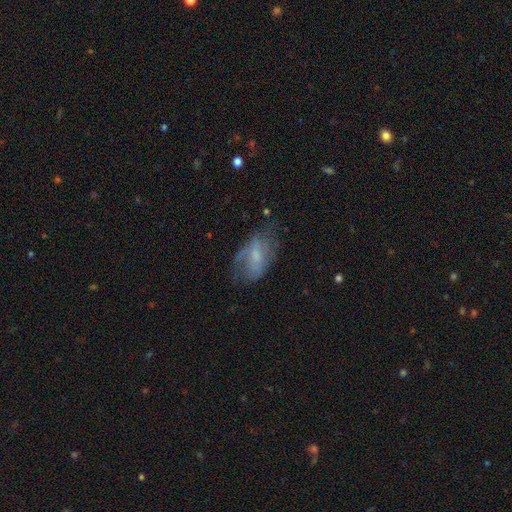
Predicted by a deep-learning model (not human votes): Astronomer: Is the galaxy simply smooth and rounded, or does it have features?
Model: featured or disk — 49% (runner-up: smooth, 42%).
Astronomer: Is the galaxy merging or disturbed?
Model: none — 46% (runner-up: minor disturbance, 28%).